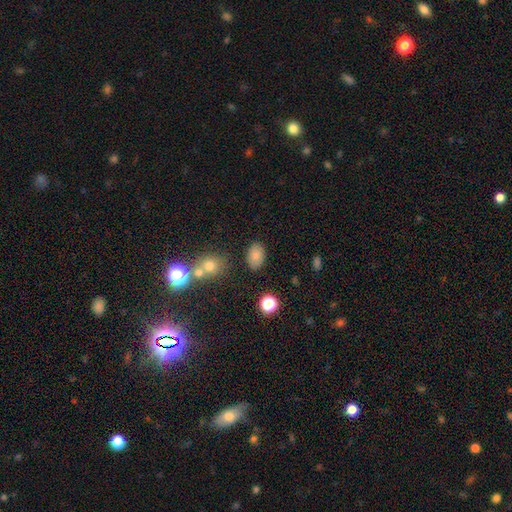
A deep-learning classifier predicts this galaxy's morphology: A smooth galaxy with no disk features (81%) that is in between round and cigar-shaped (85%).

Vote fractions:
- Smooth or featured? smooth: 81% / star or artifact: 11% / featured or disk: 8%
- How rounded? in between: 85% / round: 14% / cigar-shaped: 1%
- Merging? none: 83% / minor disturbance: 11% / merger: 4% / major disturbance: 3%